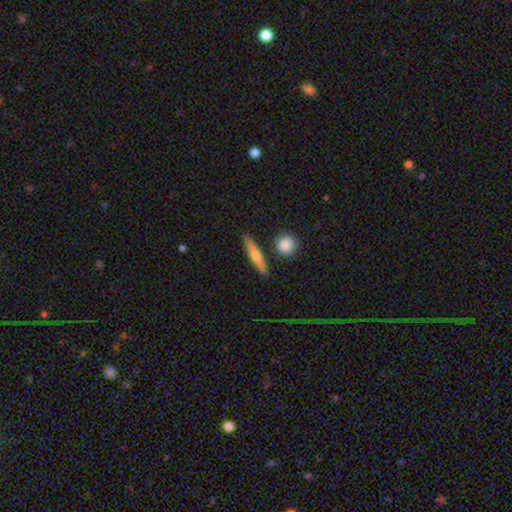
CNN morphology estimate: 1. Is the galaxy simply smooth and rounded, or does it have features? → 61% smooth, 33% featured or disk, 7% star or artifact.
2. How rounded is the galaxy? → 78% cigar-shaped, 17% in between, 5% round.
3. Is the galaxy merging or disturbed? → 85% none, 8% minor disturbance, 5% merger, 2% major disturbance.